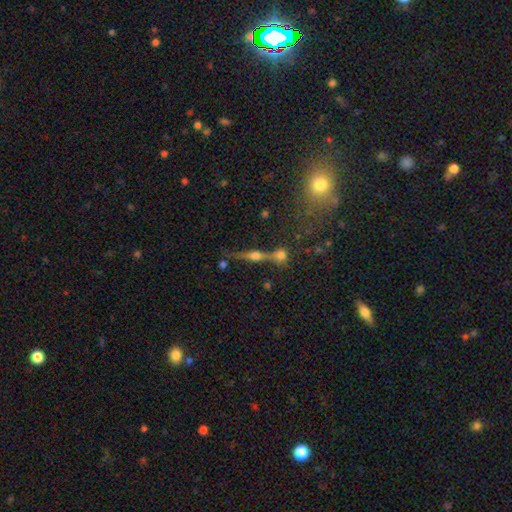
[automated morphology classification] Overall: featured or disk (74%). Edge-on disk: yes (94%). Edge-on bulge: rounded (94%). Merging: none (70%).